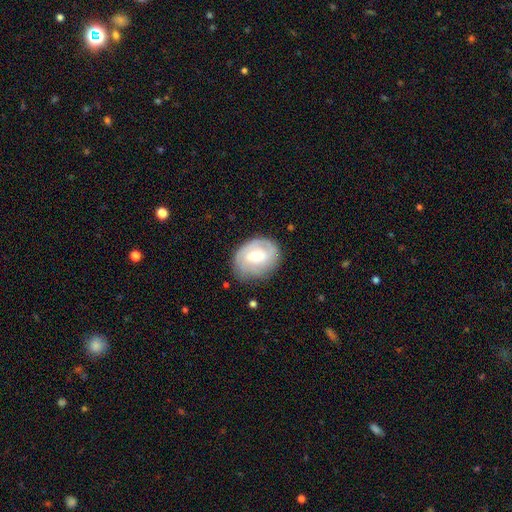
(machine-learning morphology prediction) Smooth or featured? featured or disk (61%)
Edge-on disk? no (96%)
Bar? no (45%)
Spiral arms? yes (79%)
Bulge size? moderate (59%)
Merging? none (71%)